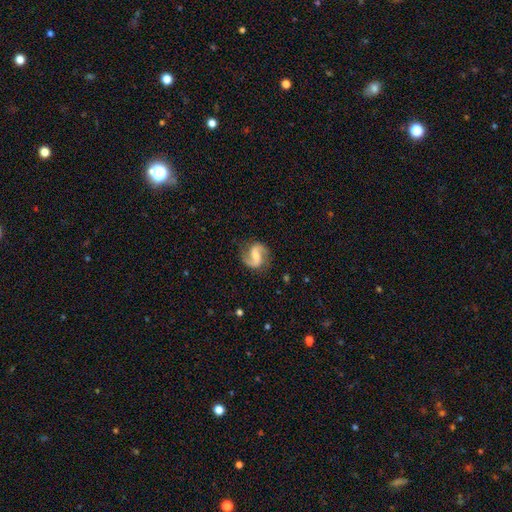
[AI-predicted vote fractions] smooth_or_featured: featured or disk (p=0.88) [alt: smooth p=0.07]
disk_edge_on: no (p=0.98) [alt: yes p=0.02]
bar: weak (p=0.45) [alt: no p=0.29]
has_spiral_arms: yes (p=0.97) [alt: no p=0.03]
spiral_winding: medium (p=0.49) [alt: loose p=0.39]
spiral_arm_count: 2 (p=0.93) [alt: 1 p=0.03]
bulge_size: small (p=0.42) [tied with: moderate p=0.42]
merging: none (p=0.83) [alt: minor disturbance p=0.12]